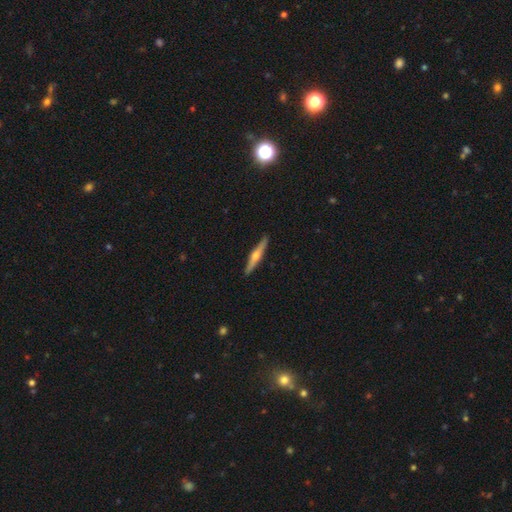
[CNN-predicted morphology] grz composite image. It shows a featured or disk galaxy (63%) viewed edge-on (97%) with a rounded central bulge (91%). Merging: none (91%).